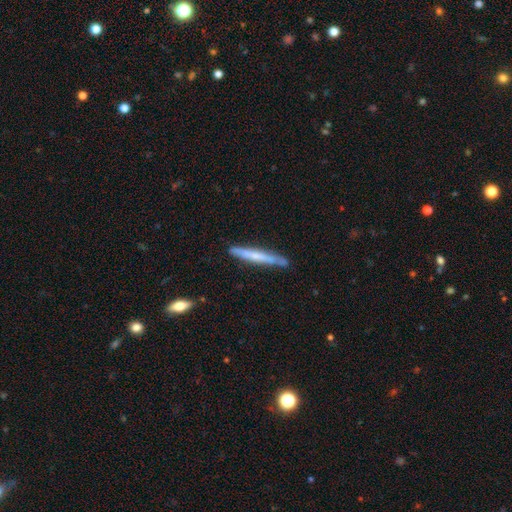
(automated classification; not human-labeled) This is possibly a smooth galaxy (48%). Merging: clearly none (80%).